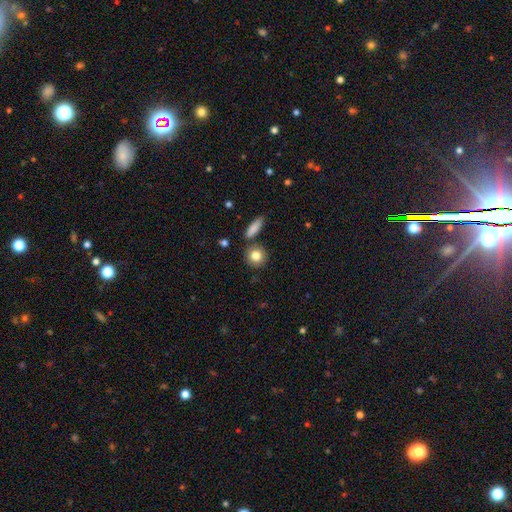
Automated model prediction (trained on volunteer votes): smooth 83%, featured or disk 9%, star or artifact 8%. Down the decision tree: how rounded — round (83%); merging — none (78%).